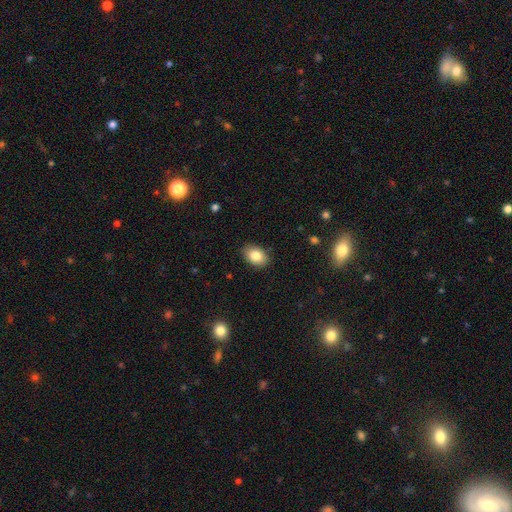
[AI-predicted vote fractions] smooth-or-featured: smooth: 84% | featured or disk: 8% | star or artifact: 8%
  how-rounded: in between: 81% | round: 18% | cigar-shaped: 1%
  merging: none: 88% | minor disturbance: 9% | major disturbance: 2% | merger: 1%